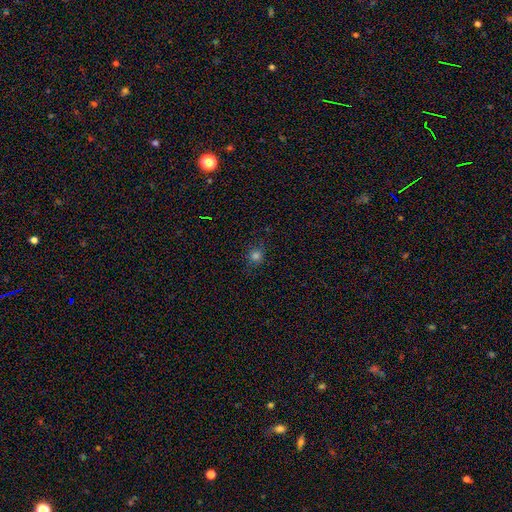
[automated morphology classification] Overall: smooth (77%). How rounded: round (88%). Merging: none (86%).